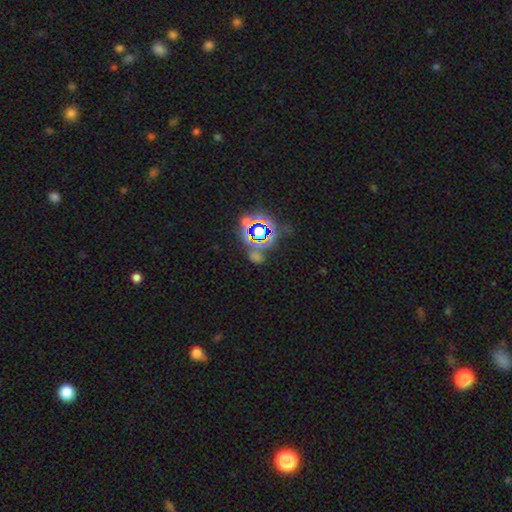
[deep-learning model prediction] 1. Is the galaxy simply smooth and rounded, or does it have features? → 60% star or artifact, 29% smooth, 11% featured or disk.